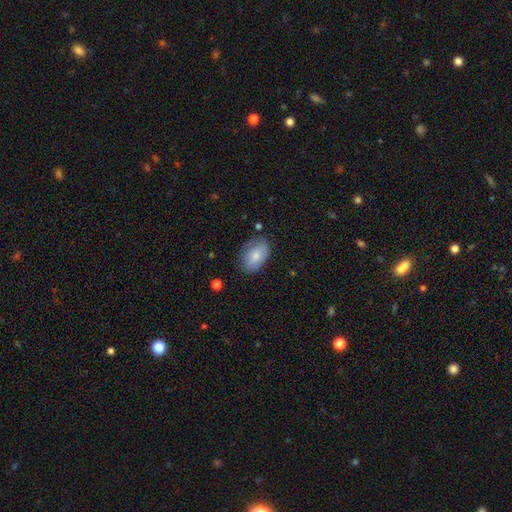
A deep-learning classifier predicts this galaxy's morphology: Smooth or featured? smooth (74%)
How rounded? in between (87%)
Merging? none (71%)